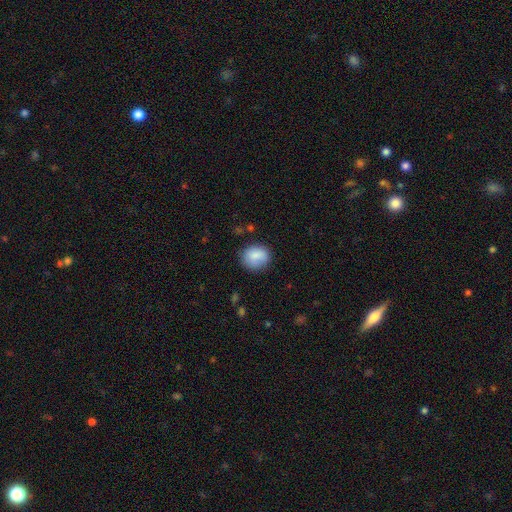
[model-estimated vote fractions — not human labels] Smooth or featured? Predicted: smooth (p=0.85). How rounded? Predicted: round (p=0.72). Merging? Predicted: none (p=0.76).